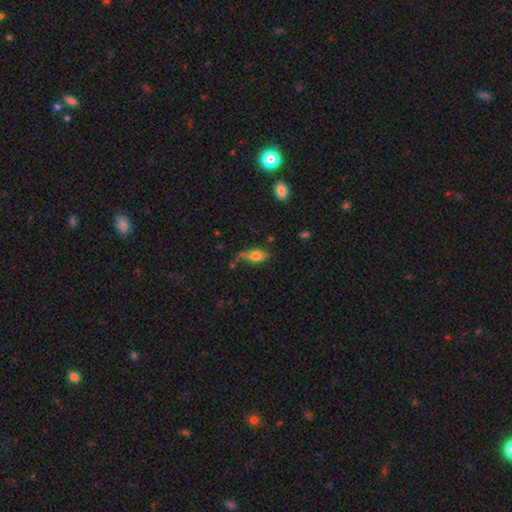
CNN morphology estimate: Smooth or featured: smooth — 77% (featured or disk — 14%)
How rounded: in between — 85% (round — 7%)
Merging: none — 54% (minor disturbance — 29%)